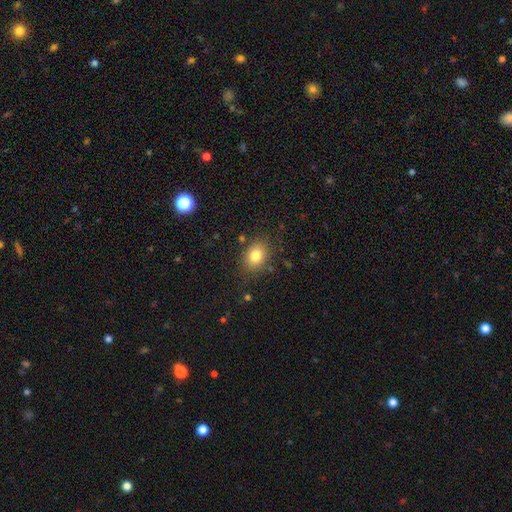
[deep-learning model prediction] smooth-or-featured: smooth: 81% | star or artifact: 10% | featured or disk: 9%
  how-rounded: in between: 66% | round: 33% | cigar-shaped: 1%
  merging: none: 82% | minor disturbance: 12% | major disturbance: 4% | merger: 2%